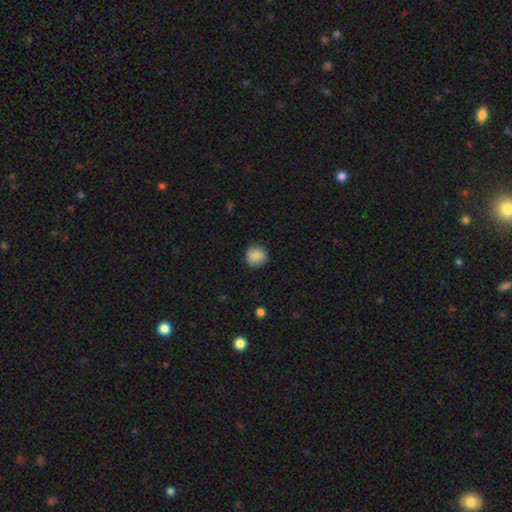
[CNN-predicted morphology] This appears to be a smooth galaxy with no disk features (87%) that is round (91%). Merging: none (87%).